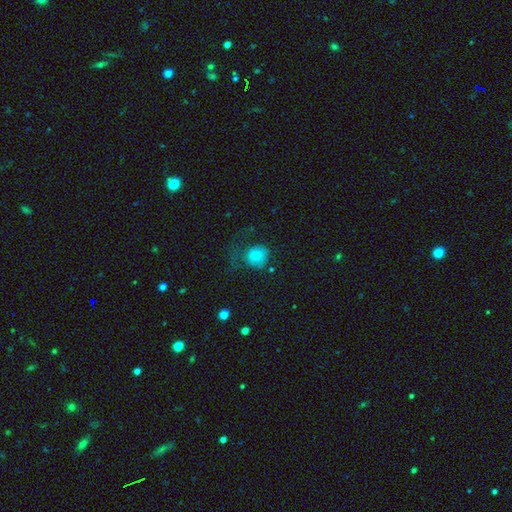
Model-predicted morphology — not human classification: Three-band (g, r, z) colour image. It shows a smooth galaxy with no disk features (76%) that is round (73%). Merging: none (37%).